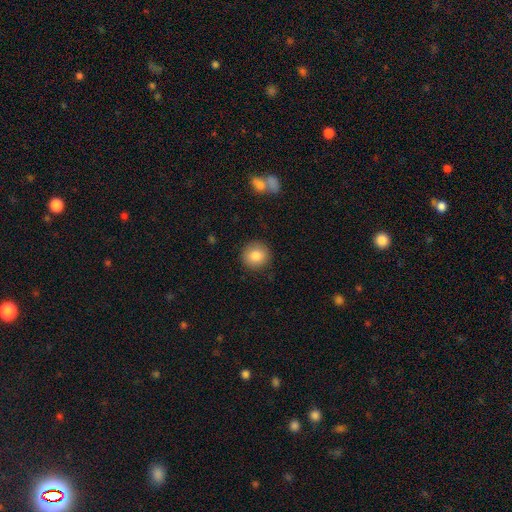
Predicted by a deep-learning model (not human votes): Smooth or featured? smooth (85%)
How rounded? round (92%)
Merging? none (89%)